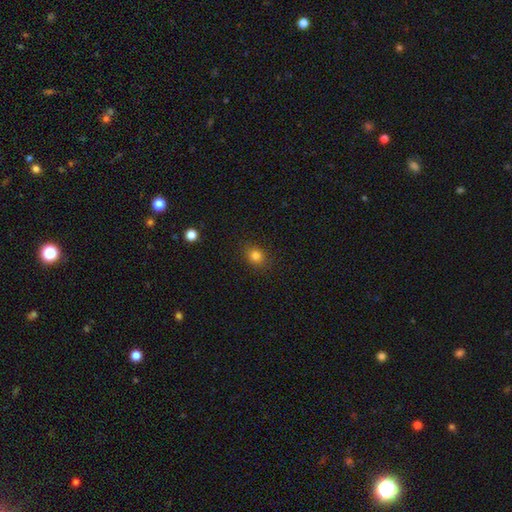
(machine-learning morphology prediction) A smooth galaxy with no disk features (81%) that is round (71%). Merging: none (88%).